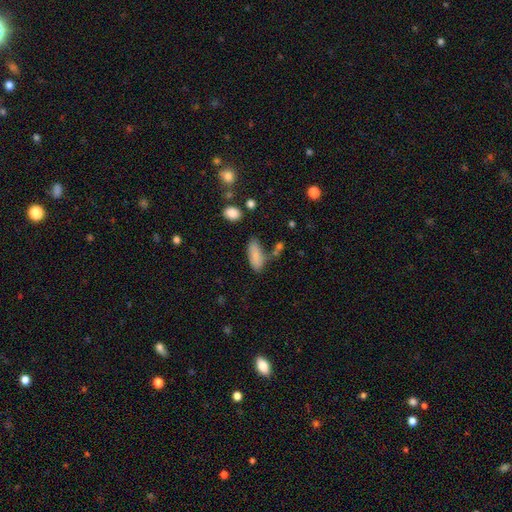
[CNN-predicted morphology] A smooth galaxy with no disk features (84%) that is in between round and cigar-shaped (77%). Merging: none (61%).